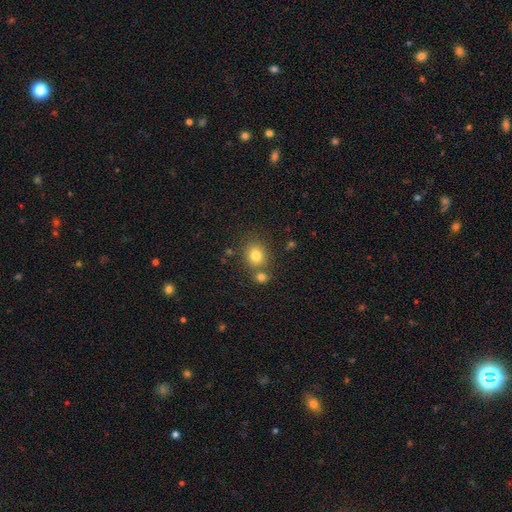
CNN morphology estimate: The model was most divided on "merging": none: 67%, merger: 20%, minor disturbance: 9%, major disturbance: 3%. More confident: smooth or featured — smooth (80%); how rounded — round (76%).